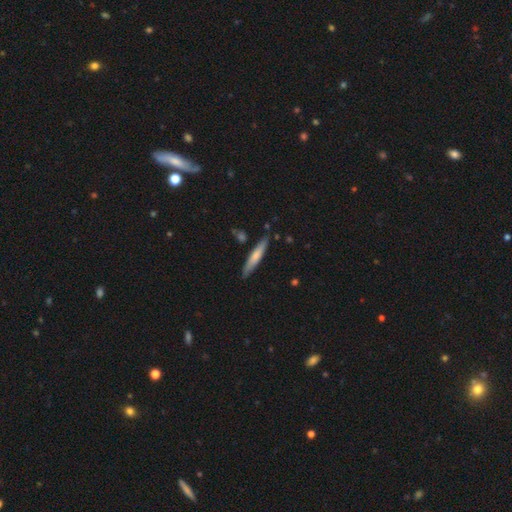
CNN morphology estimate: A smooth galaxy with no disk features (65%) that is cigar-shaped (90%). Merging: none (85%).